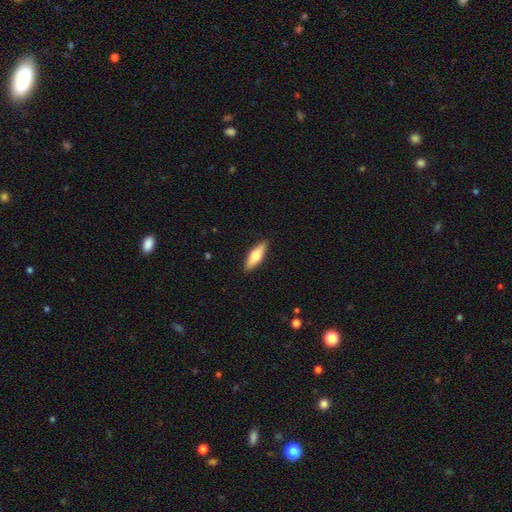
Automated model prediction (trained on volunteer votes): The model was most divided on "how rounded": in between: 54%, cigar-shaped: 44%, round: 2%. More confident: merging — none (89%); smooth or featured — smooth (62%).